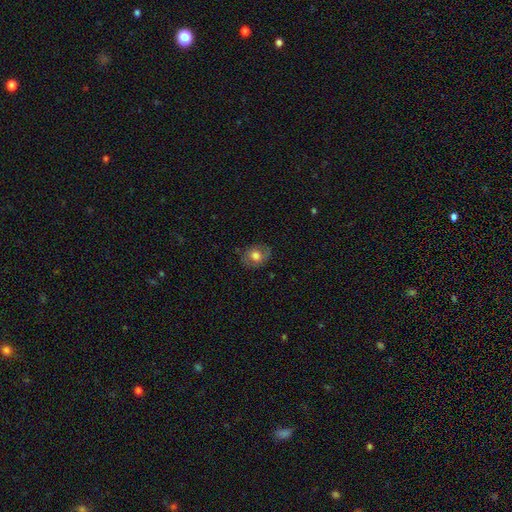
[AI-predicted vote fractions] Smooth or featured? Predicted: smooth (p=0.65). How rounded? Predicted: round (p=0.55). Merging? Predicted: none (p=0.78).